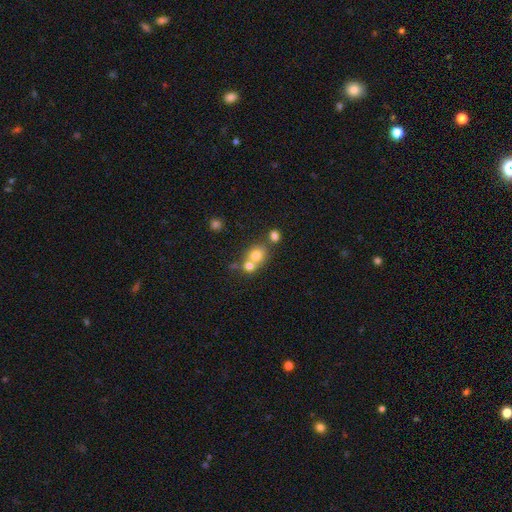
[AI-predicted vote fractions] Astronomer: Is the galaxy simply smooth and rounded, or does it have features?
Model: smooth — 73%.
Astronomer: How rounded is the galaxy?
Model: round — 74%.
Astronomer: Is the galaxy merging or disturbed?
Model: merger — 53% (runner-up: none, 37%).